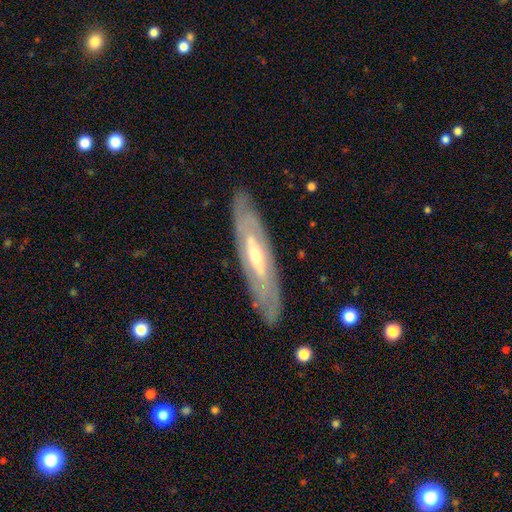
Smooth or featured? 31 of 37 (84%) said featured or disk. Edge-on disk? 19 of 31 (61%) said no. Bar? 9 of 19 (47%) said no. Spiral arms? 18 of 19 (95%) said yes. Spiral winding? 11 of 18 (61%) said tight. Spiral arm count? 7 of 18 (39%) said 2. Bulge size? 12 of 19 (63%) said small. Merging? 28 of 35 (80%) said none.